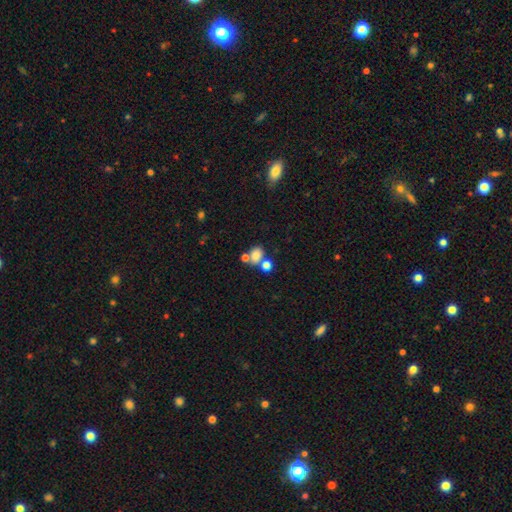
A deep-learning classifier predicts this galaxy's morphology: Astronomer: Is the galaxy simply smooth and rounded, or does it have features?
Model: smooth — 77%.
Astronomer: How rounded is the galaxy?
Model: in between — 55% (runner-up: round, 44%).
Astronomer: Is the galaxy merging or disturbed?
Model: none — 42% (runner-up: merger, 41%).